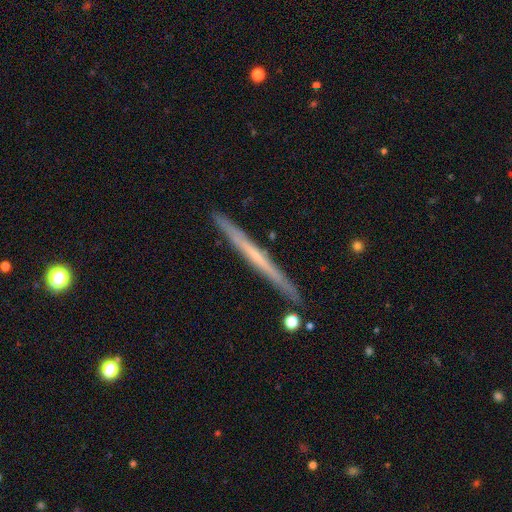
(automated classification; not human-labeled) Overall: featured or disk (57%; smooth 37%). Edge-on disk: yes (97%). Edge-on bulge: none (86%). Merging: none (89%).